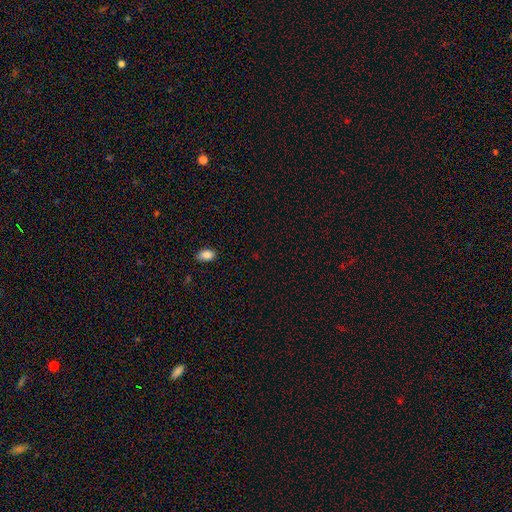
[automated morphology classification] Smooth or featured?
  - smooth: 59% *
  - star or artifact: 35%
  - featured or disk: 6%
How rounded?
  - in between: 56% *
  - round: 40%
  - cigar-shaped: 4%
Merging?
  - none: 83% *
  - minor disturbance: 10%
  - major disturbance: 4%
  - merger: 3%